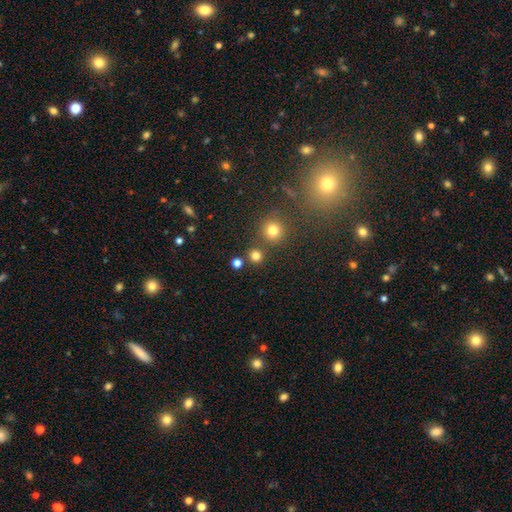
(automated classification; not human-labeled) Morphology: type=smooth (77%); roundness=round (91%); merging=none (79%).